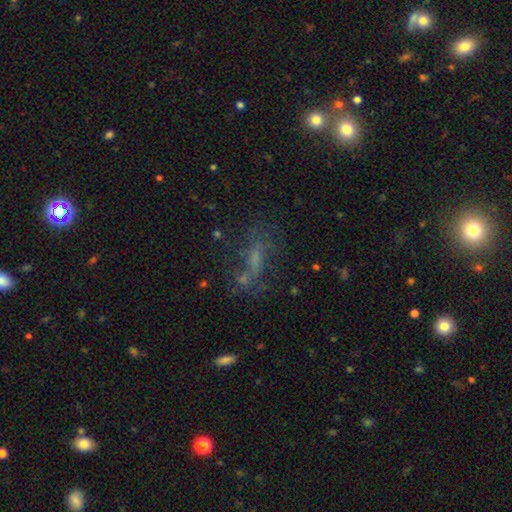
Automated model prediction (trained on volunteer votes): Smooth or featured? Predicted: smooth (p=0.38). Merging? Predicted: none (p=0.49).